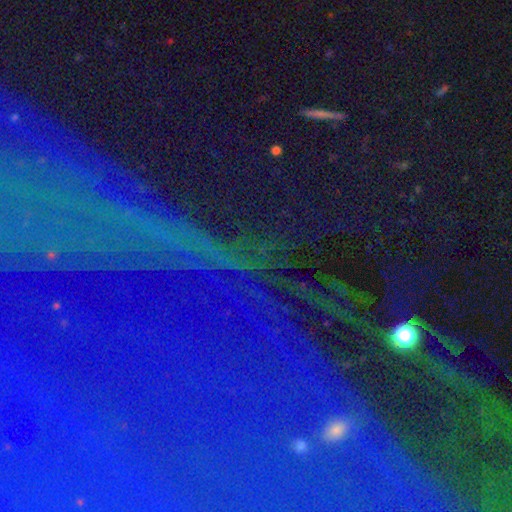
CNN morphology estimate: The model was most divided on "smooth or featured": star or artifact: 84%, featured or disk: 9%, smooth: 7%.